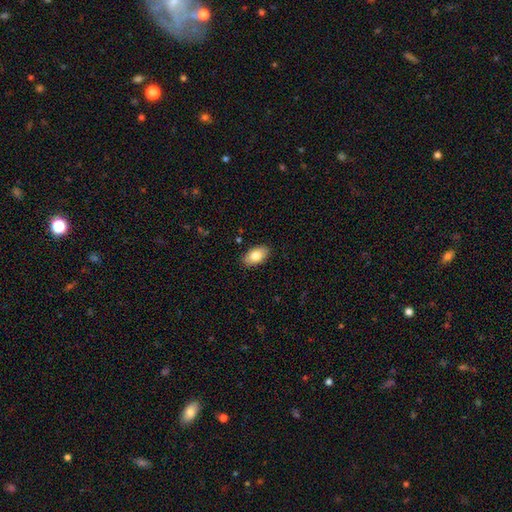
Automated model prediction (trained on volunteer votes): smooth 80%, featured or disk 13%, star or artifact 7%. Down the decision tree: how rounded — in between (93%); merging — none (88%).